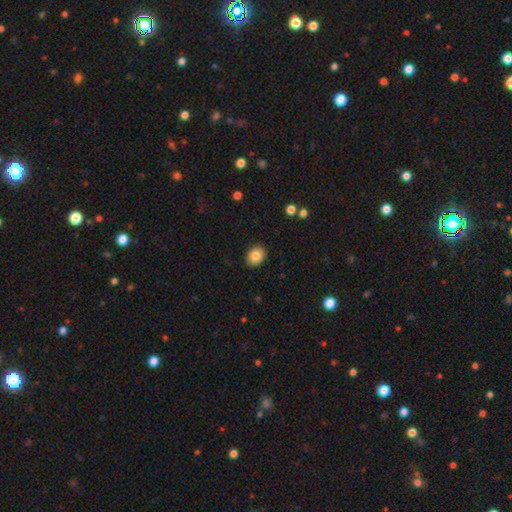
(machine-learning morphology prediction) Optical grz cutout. It shows a smooth galaxy with no disk features (85%) that is round (52%). Merging: none (90%).